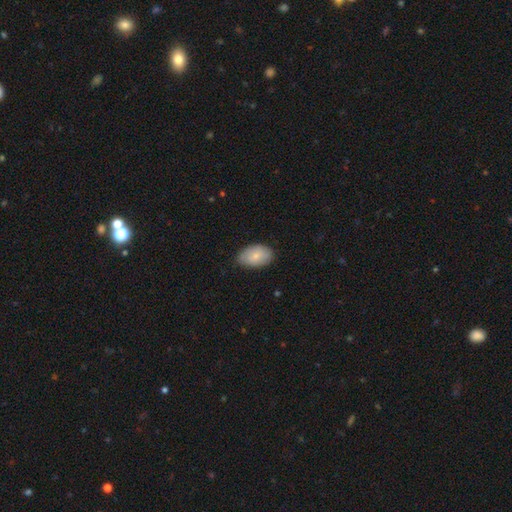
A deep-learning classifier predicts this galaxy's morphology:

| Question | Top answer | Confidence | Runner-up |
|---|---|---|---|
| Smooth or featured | smooth | 78% | featured or disk (15%) |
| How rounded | in between | 92% | round (7%) |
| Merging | none | 78% | minor disturbance (18%) |